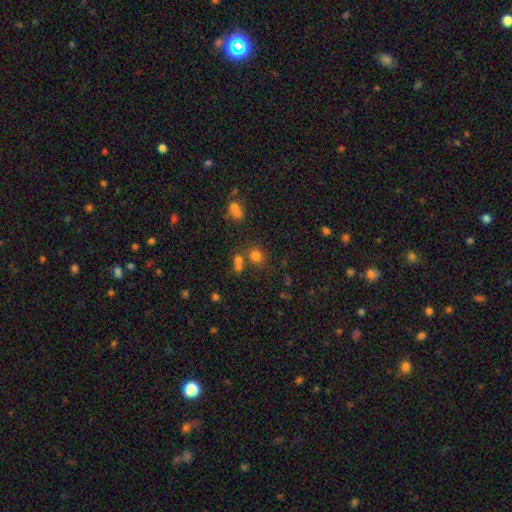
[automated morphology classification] Smooth or featured: smooth — 72% (star or artifact — 20%)
How rounded: round — 83% (in between — 16%)
Merging: none — 65% (merger — 21%)